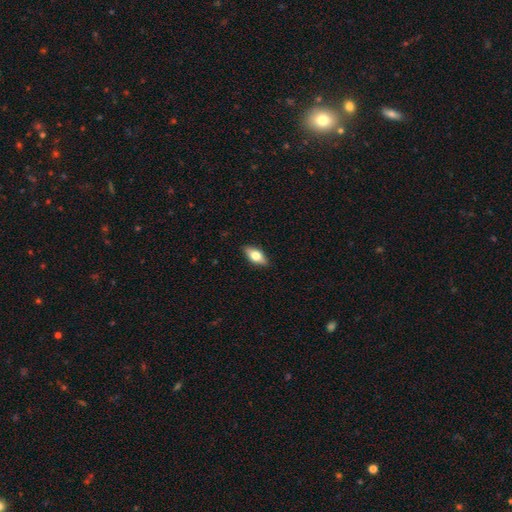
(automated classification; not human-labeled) Smooth or featured: smooth — 67% (featured or disk — 26%)
How rounded: in between — 85% (cigar-shaped — 11%)
Merging: none — 88% (minor disturbance — 9%)